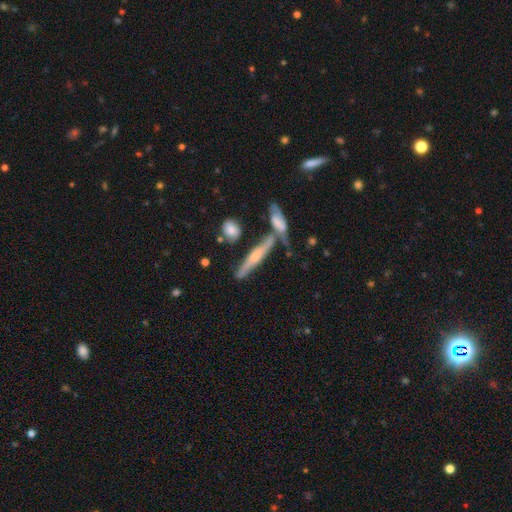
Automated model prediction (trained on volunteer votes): Smooth or featured: featured or disk — 66% (smooth — 26%)
Edge-on disk: yes — 89% (no — 11%)
Edge-on bulge: rounded — 74% (none — 16%)
Merging: none — 60% (merger — 20%)